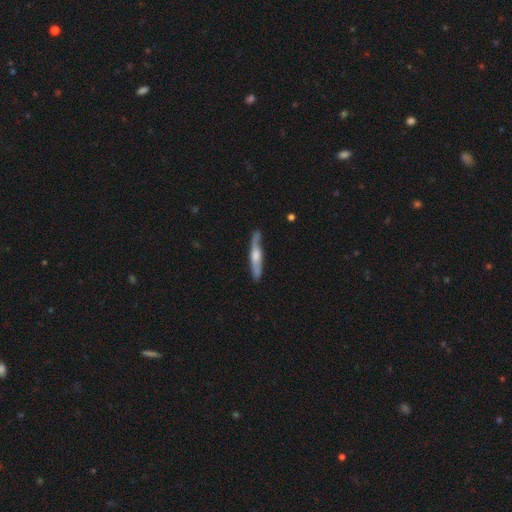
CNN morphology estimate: Smooth or featured? Predicted: featured or disk (p=0.64). Edge-on disk? Predicted: yes (p=0.89). Edge-on bulge? Predicted: rounded (p=0.77). Merging? Predicted: none (p=0.83).